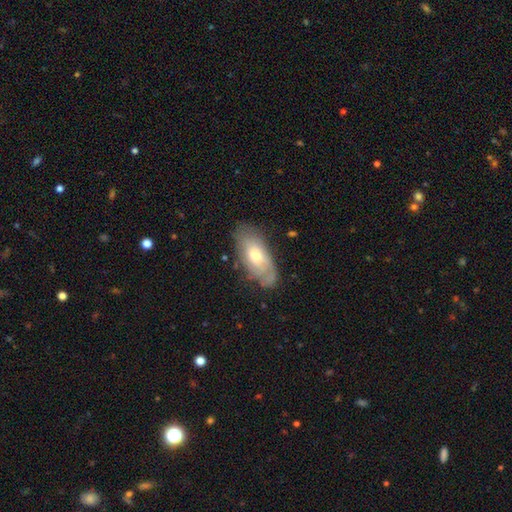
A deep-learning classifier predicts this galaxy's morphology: A smooth galaxy with no disk features (48%).

Vote fractions:
- Smooth or featured? smooth: 48% / featured or disk: 46% / star or artifact: 6%
- Merging? none: 71% / minor disturbance: 22% / major disturbance: 6% / merger: 2%